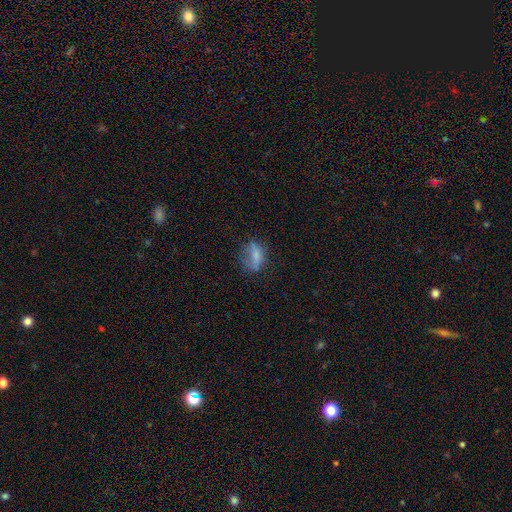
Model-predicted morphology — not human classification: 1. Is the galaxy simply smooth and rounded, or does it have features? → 64% smooth, 24% featured or disk, 13% star or artifact.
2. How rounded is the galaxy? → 71% in between, 23% round, 7% cigar-shaped.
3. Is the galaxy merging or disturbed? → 47% none, 26% minor disturbance, 24% major disturbance, 3% merger.